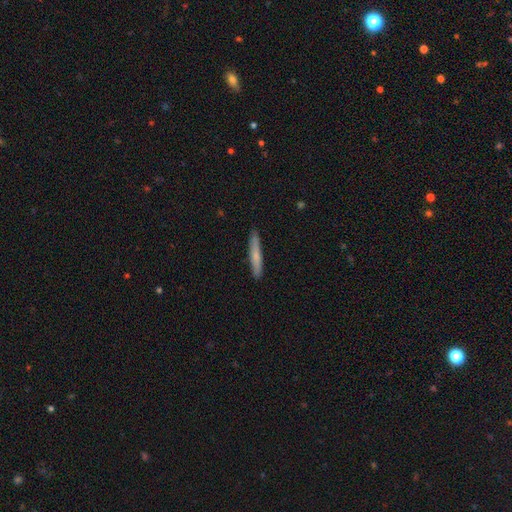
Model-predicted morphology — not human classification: This appears to be a smooth galaxy with no disk features (67%) that is cigar-shaped (95%). Merging: none (90%).